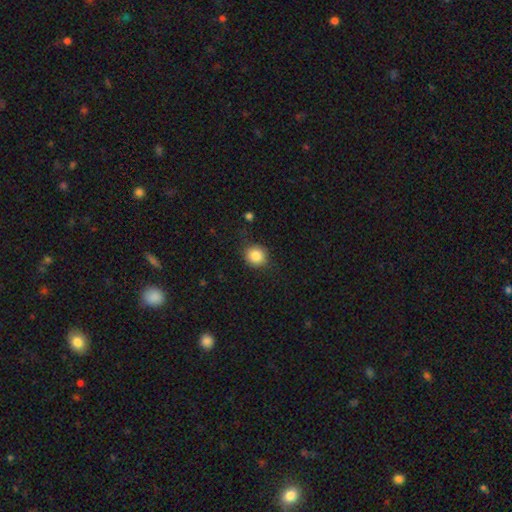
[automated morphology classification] smooth 85%, star or artifact 9%, featured or disk 6%. Down the decision tree: how rounded — round (85%); merging — none (80%).